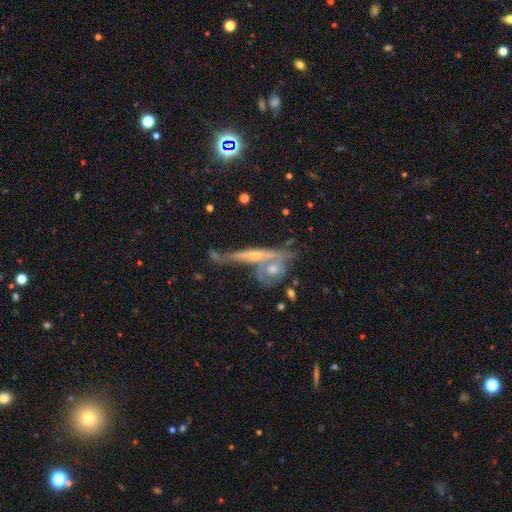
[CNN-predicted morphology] type=featured or disk (71%); edge-on=yes (84%); edge-on bulge=rounded (75%); merging=none (46%).